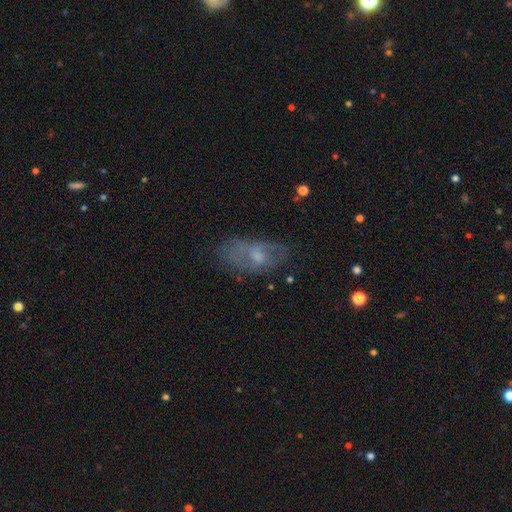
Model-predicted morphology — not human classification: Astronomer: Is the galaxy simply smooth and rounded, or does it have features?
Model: featured or disk — 46% (runner-up: smooth, 42%).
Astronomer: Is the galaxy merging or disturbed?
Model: none — 53%.